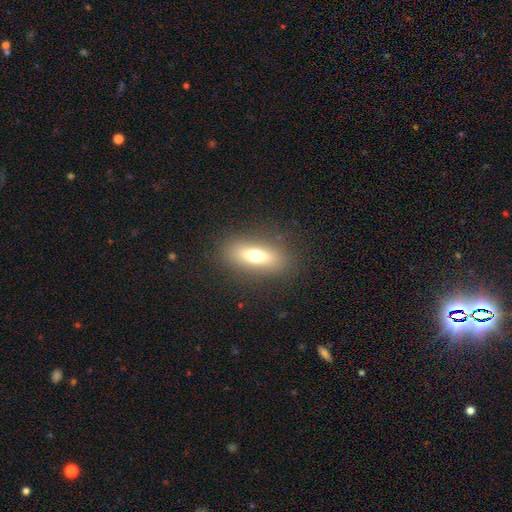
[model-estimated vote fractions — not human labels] Smooth or featured? smooth (66%)
How rounded? in between (66%)
Merging? none (85%)